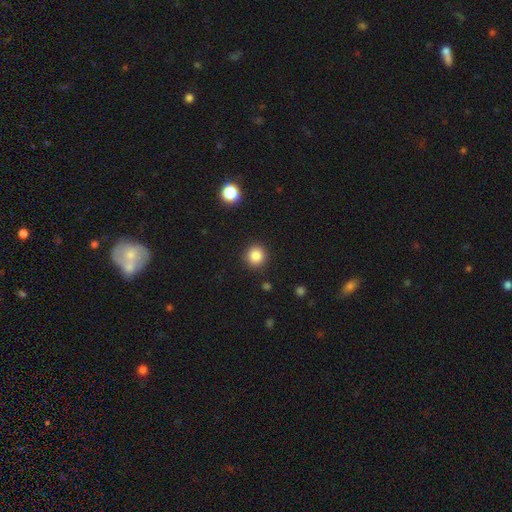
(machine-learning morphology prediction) Smooth or featured: smooth — 85% (star or artifact — 11%)
How rounded: round — 92% (in between — 7%)
Merging: none — 91% (minor disturbance — 6%)